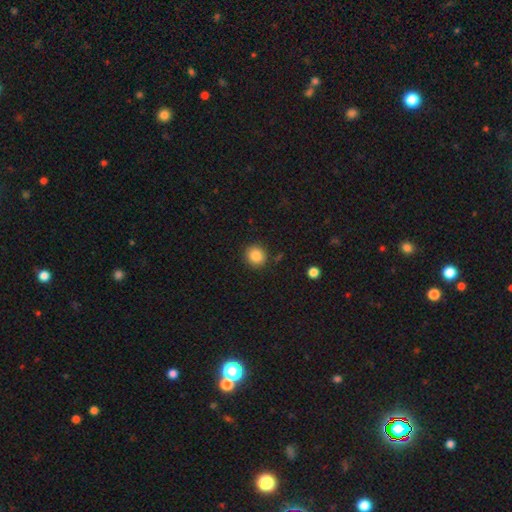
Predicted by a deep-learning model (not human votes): Morphology: type=smooth (86%); roundness=round (85%); merging=none (88%).